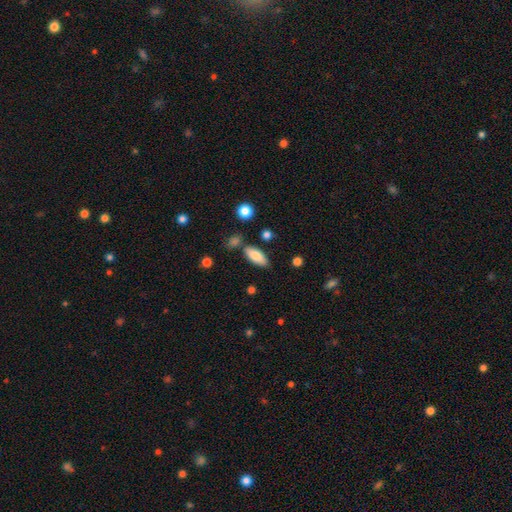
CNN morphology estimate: Smooth or featured?
  - smooth: 82% *
  - featured or disk: 11%
  - star or artifact: 7%
How rounded?
  - in between: 81% *
  - cigar-shaped: 17%
  - round: 2%
Merging?
  - none: 77% *
  - minor disturbance: 14%
  - merger: 7%
  - major disturbance: 3%